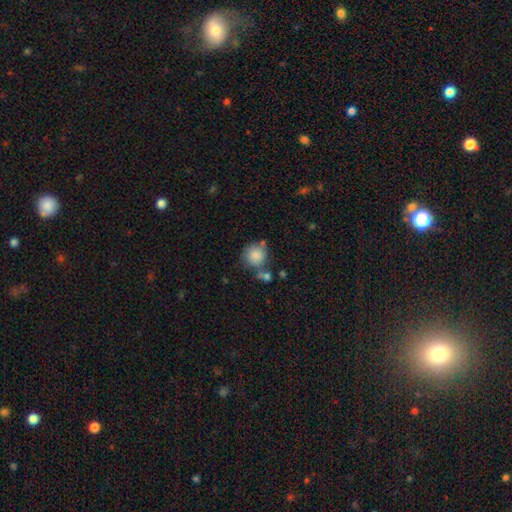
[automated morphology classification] type=smooth (83%); roundness=round (88%); merging=none (56%).